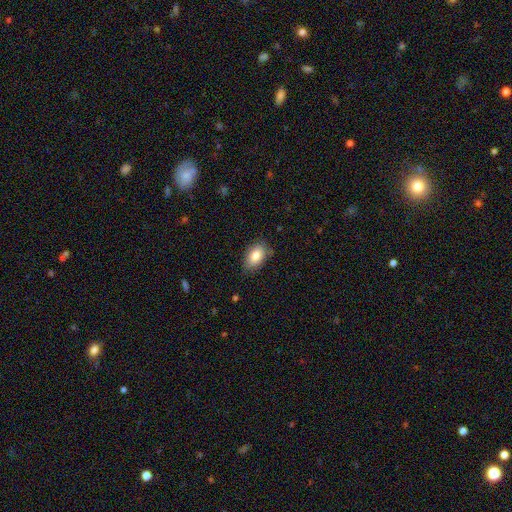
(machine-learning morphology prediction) Smooth or featured? Predicted: smooth (p=0.82). How rounded? Predicted: in between (p=0.89). Merging? Predicted: none (p=0.79).